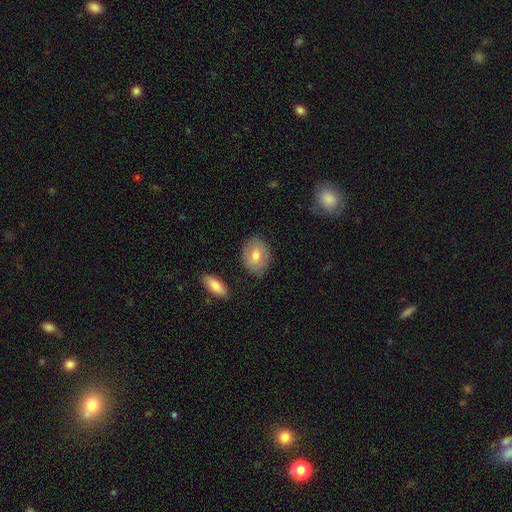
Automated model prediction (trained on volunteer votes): Morphology: type=smooth (68%); roundness=in between (66%); merging=none (80%).